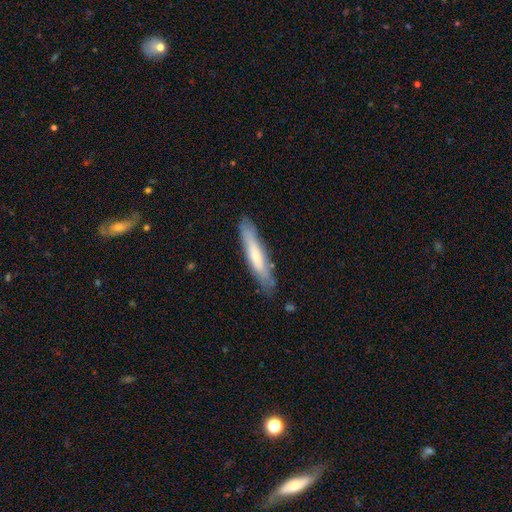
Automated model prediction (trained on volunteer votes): Overall: smooth (60%; featured or disk 35%). How rounded: cigar-shaped (88%). Merging: none (80%).